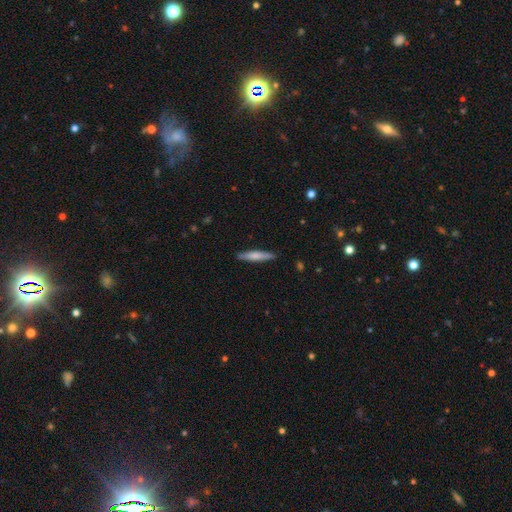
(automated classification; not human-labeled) Smooth or featured? Predicted: smooth (p=0.65). How rounded? Predicted: cigar-shaped (p=0.91). Merging? Predicted: none (p=0.89).